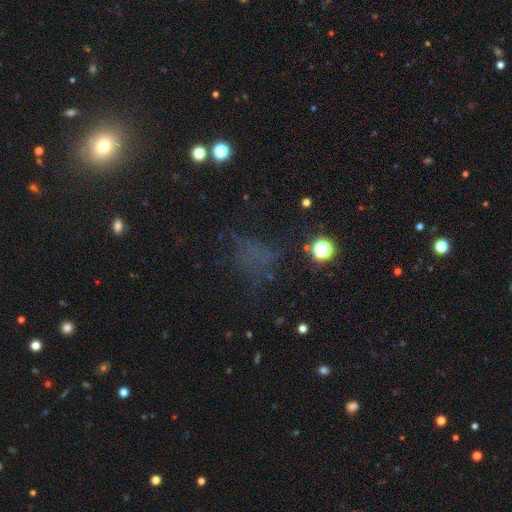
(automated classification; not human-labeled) This appears to be a star or artifact, not a galaxy (41%, tied with smooth).